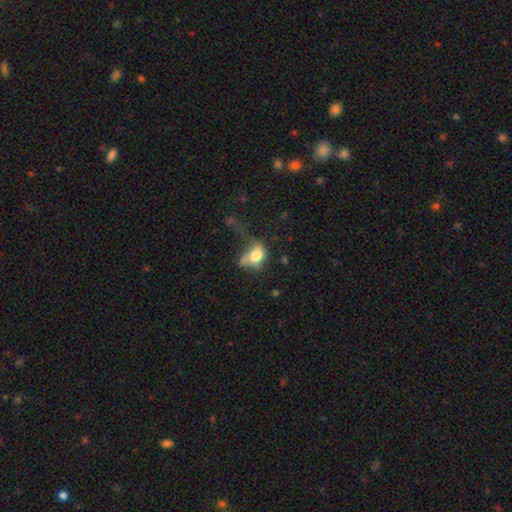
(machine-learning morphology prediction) A smooth galaxy with no disk features (69%) that is in between round and cigar-shaped (66%).

Vote fractions:
- Smooth or featured? smooth: 69% / featured or disk: 21% / star or artifact: 10%
- How rounded? in between: 66% / round: 32% / cigar-shaped: 2%
- Merging? major disturbance: 46% / minor disturbance: 22% / none: 20% / merger: 12%